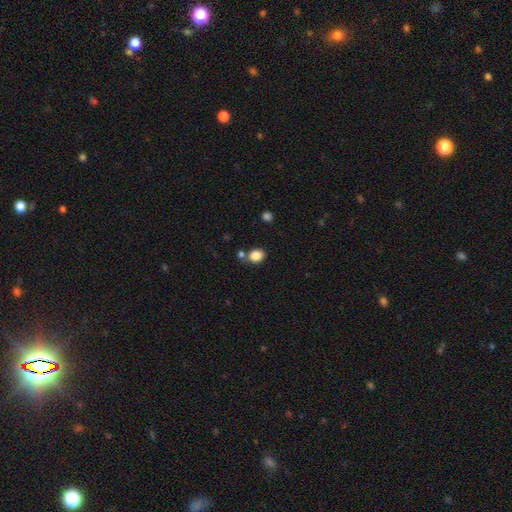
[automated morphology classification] type=smooth (85%); roundness=round (57%); merging=none (67%).